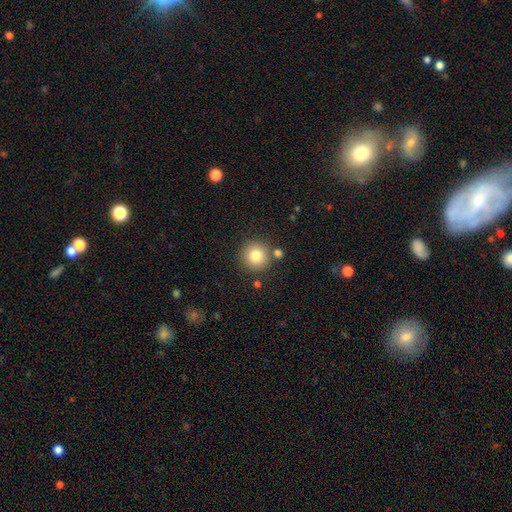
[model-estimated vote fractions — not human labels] Smooth or featured?
  - smooth: 80% *
  - star or artifact: 11%
  - featured or disk: 9%
How rounded?
  - round: 95% *
  - in between: 4%
  - cigar-shaped: 1%
Merging?
  - none: 82% *
  - minor disturbance: 8%
  - merger: 7%
  - major disturbance: 3%